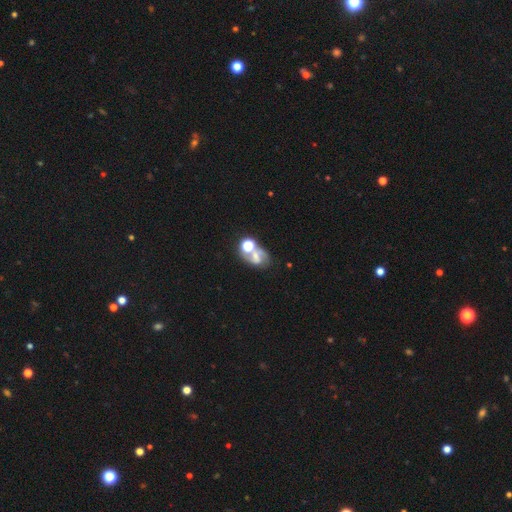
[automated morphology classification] type=featured or disk (48%); merging=merger (37%).